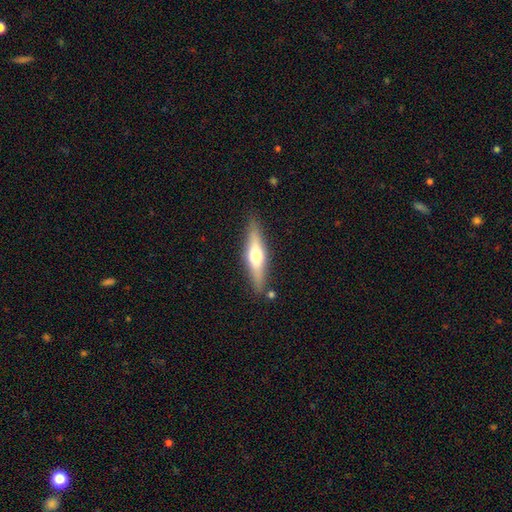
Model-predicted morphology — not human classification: smooth-or-featured: featured or disk: 54% | smooth: 41% | star or artifact: 6%
  disk-edge-on: yes: 92% | no: 8%
  merging: none: 85% | minor disturbance: 10% | merger: 3% | major disturbance: 2%